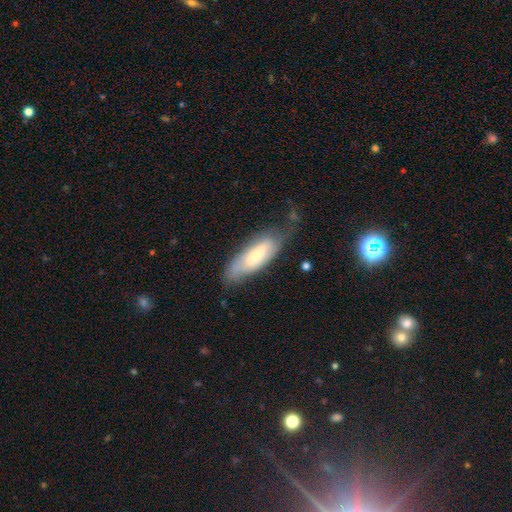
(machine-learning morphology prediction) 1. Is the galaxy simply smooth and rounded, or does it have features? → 54% smooth, 39% featured or disk, 7% star or artifact.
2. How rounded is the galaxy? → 59% in between, 39% cigar-shaped, 2% round.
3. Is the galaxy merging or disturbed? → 52% none, 31% minor disturbance, 13% major disturbance, 3% merger.